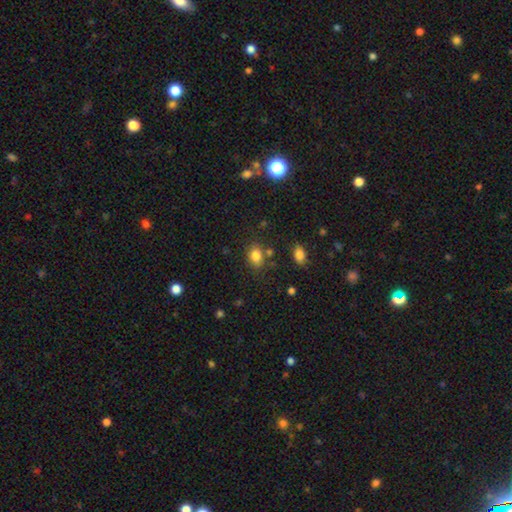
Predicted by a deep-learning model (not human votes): This appears to be a smooth galaxy with no disk features (82%) that is in between round and cigar-shaped (73%). Merging: none (72%).